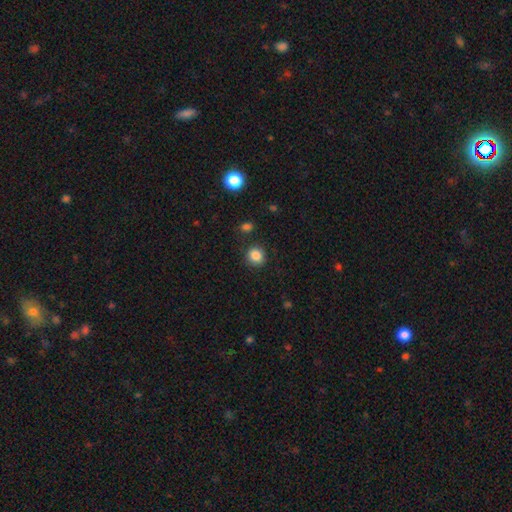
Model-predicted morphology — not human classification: Smooth or featured?
  - smooth: 86% *
  - star or artifact: 11%
  - featured or disk: 4%
How rounded?
  - round: 88% *
  - in between: 11%
  - cigar-shaped: 1%
Merging?
  - none: 86% *
  - minor disturbance: 9%
  - major disturbance: 3%
  - merger: 3%